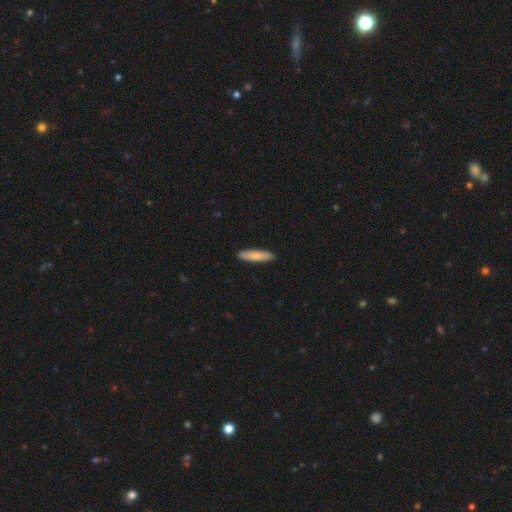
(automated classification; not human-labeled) smooth-or-featured: smooth: 78% | featured or disk: 17% | star or artifact: 5%
  how-rounded: cigar-shaped: 76% | in between: 22% | round: 2%
  merging: none: 90% | minor disturbance: 7% | major disturbance: 1% | merger: 1%